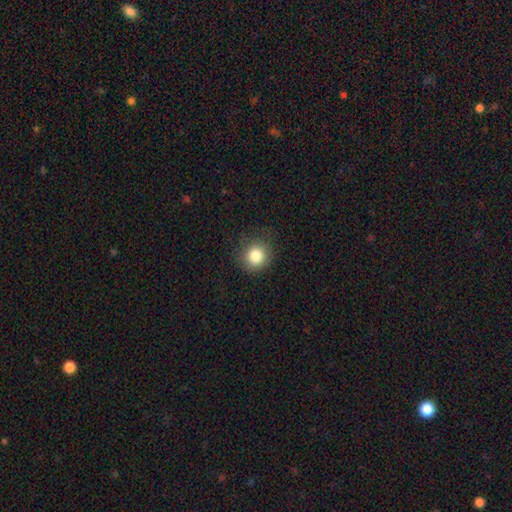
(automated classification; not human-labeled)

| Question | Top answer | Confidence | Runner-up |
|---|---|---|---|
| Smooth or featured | smooth | 84% | star or artifact (11%) |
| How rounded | round | 90% | in between (9%) |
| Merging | none | 86% | minor disturbance (10%) |